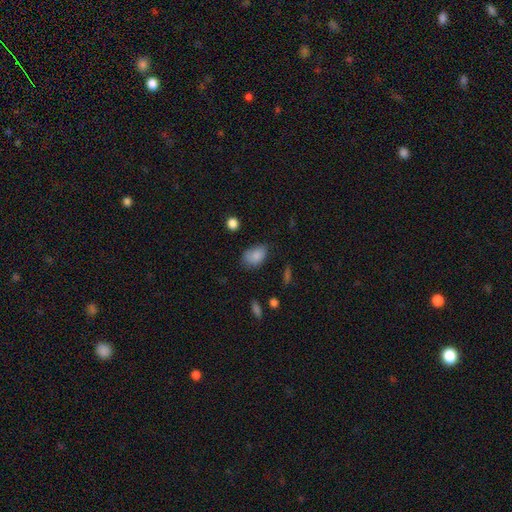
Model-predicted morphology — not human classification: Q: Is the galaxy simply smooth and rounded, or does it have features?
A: smooth — 84%.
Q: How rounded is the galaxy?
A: in between — 85%.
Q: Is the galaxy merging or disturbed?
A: none — 61%.